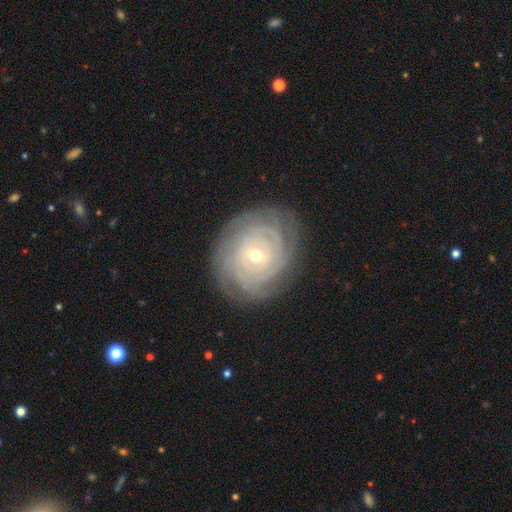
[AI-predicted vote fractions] Overall: featured or disk (85%). Edge-on disk: no (97%). Bar: no (63%; weak 28%). Spiral arms: yes (95%). Spiral arm count: can't tell (37%; 4 19%). Spiral winding: tight (88%). Bulge size: small (56%; moderate 41%). Merging: none (82%).